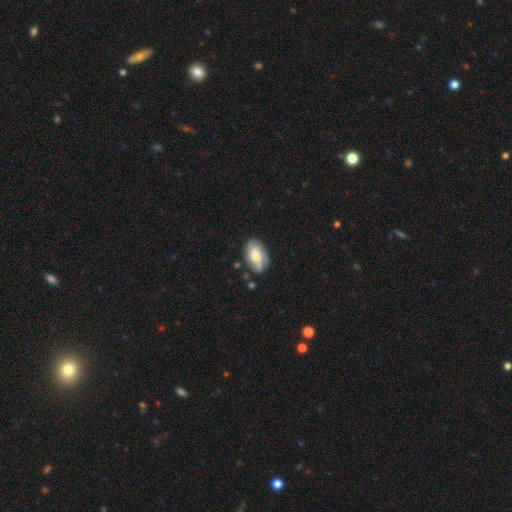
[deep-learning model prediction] The model was most divided on "smooth or featured": featured or disk: 48%, smooth: 45%, star or artifact: 7%. More confident: merging — none (65%).